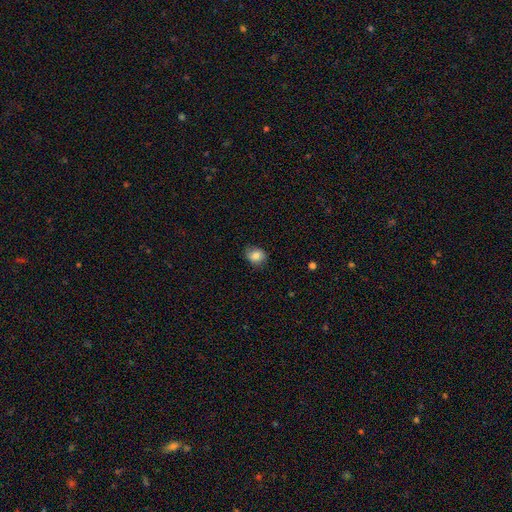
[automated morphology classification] Smooth or featured?
  - smooth: 82% *
  - star or artifact: 9%
  - featured or disk: 9%
How rounded?
  - round: 61% *
  - in between: 38%
  - cigar-shaped: 1%
Merging?
  - none: 76% *
  - minor disturbance: 19%
  - major disturbance: 4%
  - merger: 1%